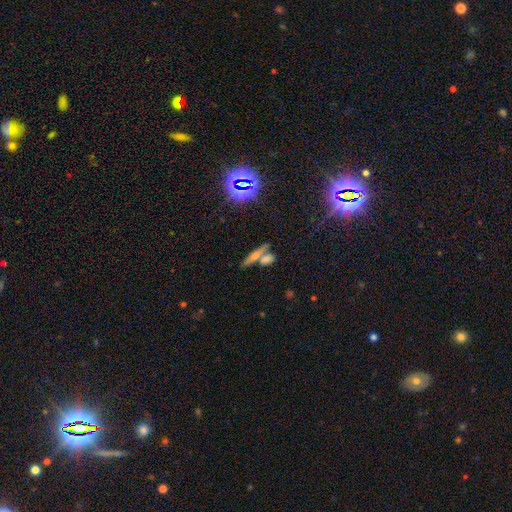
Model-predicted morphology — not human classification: smooth-or-featured: smooth: 50% | featured or disk: 31% | star or artifact: 18%
  how-rounded: cigar-shaped: 61% | in between: 31% | round: 8%
  merging: none: 48% | merger: 38% | minor disturbance: 10% | major disturbance: 5%